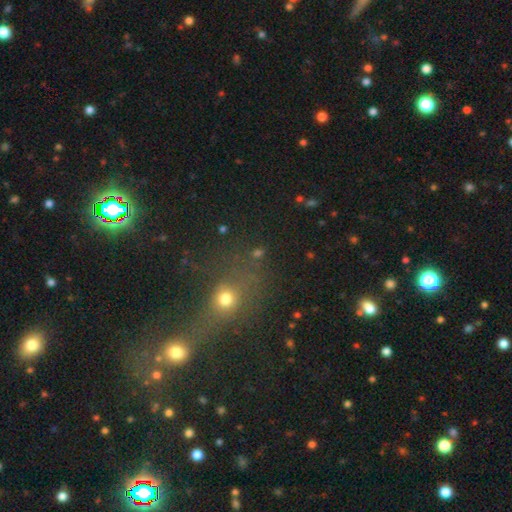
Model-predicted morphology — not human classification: This appears to be a smooth galaxy with no disk features (50%) that is round (63%). Merging: none (49%).